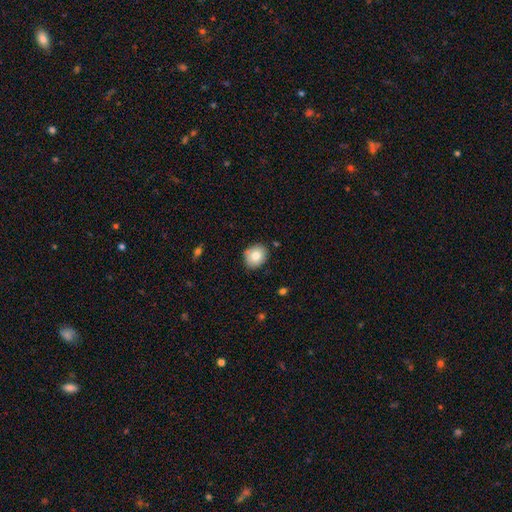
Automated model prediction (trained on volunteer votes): This is likely a smooth galaxy (78%). How rounded: likely round (71%). Merging: clearly none (84%).